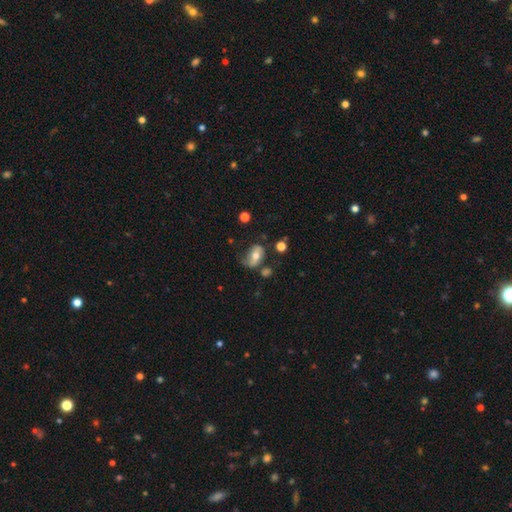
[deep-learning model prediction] Smooth or featured? Predicted: smooth (p=0.50). Merging? Predicted: none (p=0.43).